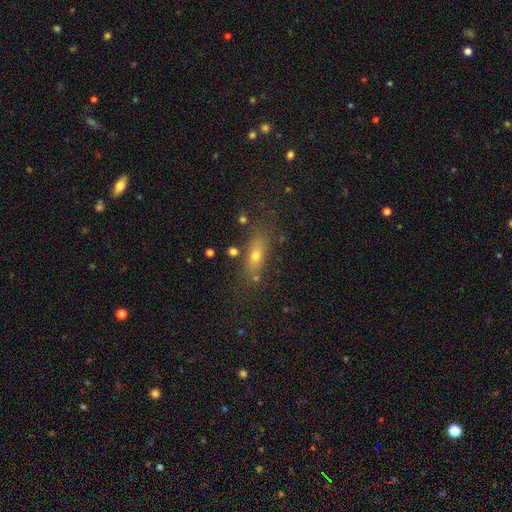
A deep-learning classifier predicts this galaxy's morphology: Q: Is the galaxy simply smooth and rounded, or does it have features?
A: smooth — 62%.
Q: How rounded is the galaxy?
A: in between — 55%.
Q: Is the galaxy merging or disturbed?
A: none — 71%.